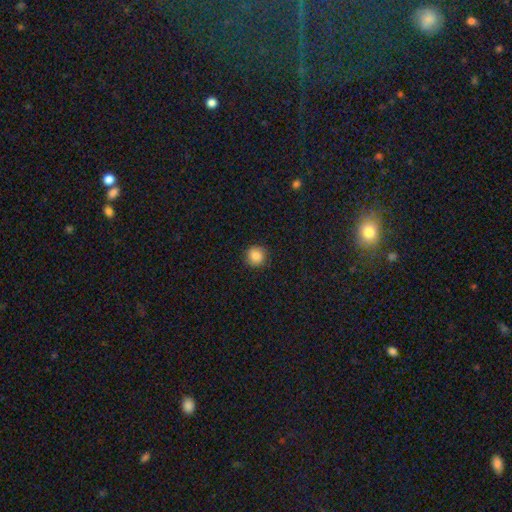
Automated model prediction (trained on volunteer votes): Q: Smooth or featured?
A: smooth (84%); runner-up: star or artifact (10%)
Q: How rounded?
A: round (92%); runner-up: in between (7%)
Q: Merging?
A: none (88%); runner-up: minor disturbance (9%)